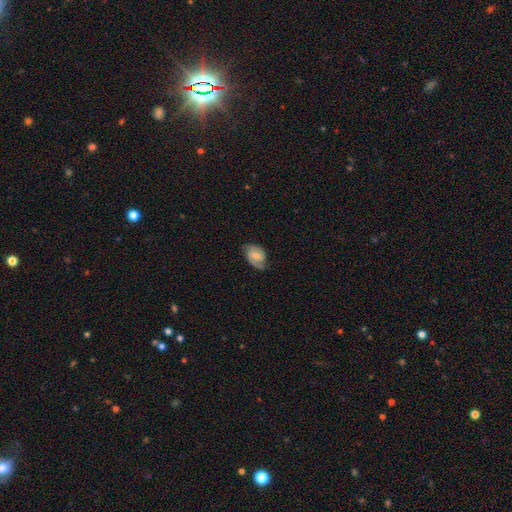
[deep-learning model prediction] Overall: featured or disk (76%). Edge-on disk: no (97%). Bar: weak (48%; no 39%). Spiral arms: yes (95%). Spiral arm count: 2 (86%). Spiral winding: medium (48%; tight 34%). Bulge size: moderate (47%; small 43%). Merging: none (75%).